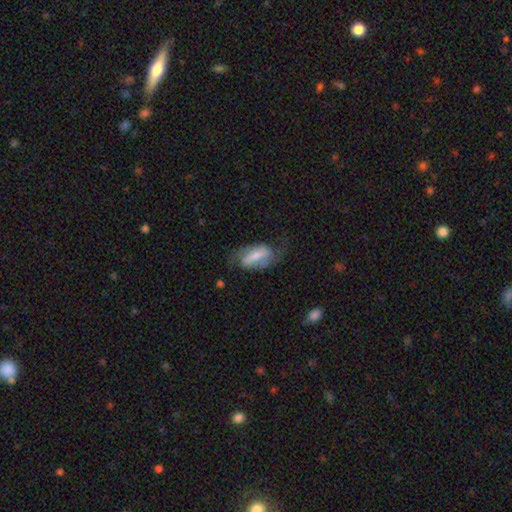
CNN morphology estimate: Overall: featured or disk (61%; smooth 33%). Edge-on disk: no (91%). Bar: strong (57%; weak 30%). Spiral arms: yes (77%). Bulge size: moderate (43%; small 39%). Merging: none (56%; minor disturbance 23%).